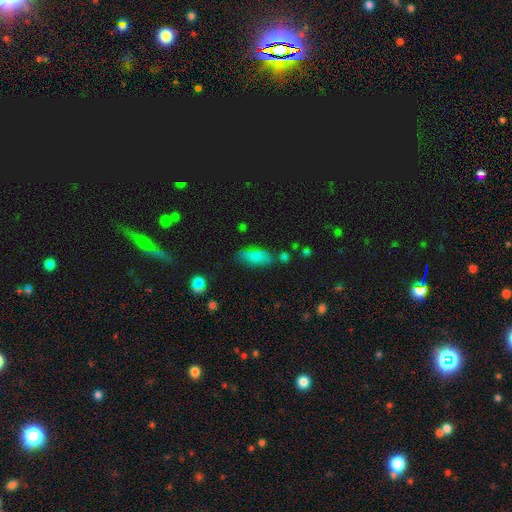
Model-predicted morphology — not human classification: Q: Smooth or featured?
A: smooth (81%); runner-up: featured or disk (10%)
Q: How rounded?
A: in between (77%); runner-up: cigar-shaped (20%)
Q: Merging?
A: none (65%); runner-up: minor disturbance (22%)